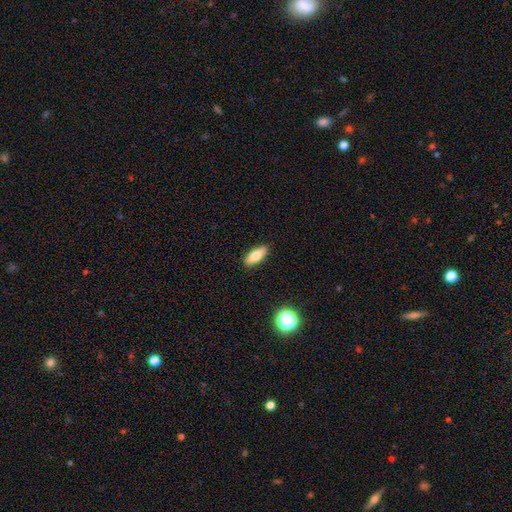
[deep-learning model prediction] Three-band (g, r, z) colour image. It shows a smooth galaxy with no disk features (74%) that is in between round and cigar-shaped (74%). Merging: none (90%).